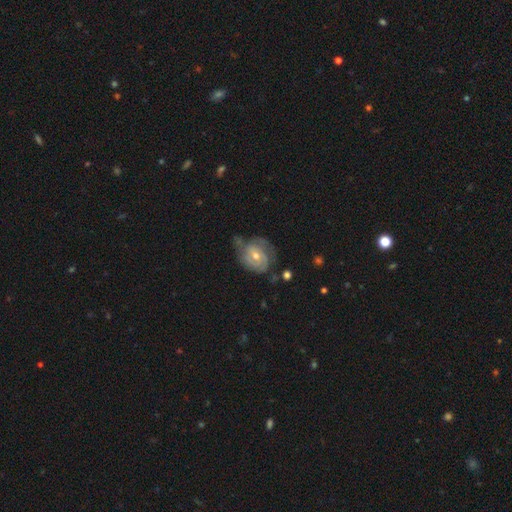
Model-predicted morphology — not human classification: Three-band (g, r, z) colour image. It shows a featured or disk galaxy (69%) with no bar (65%), 2 (38%) tight (56%) spiral arms (86%) and a moderate central bulge (54%). Merging: none (53%).